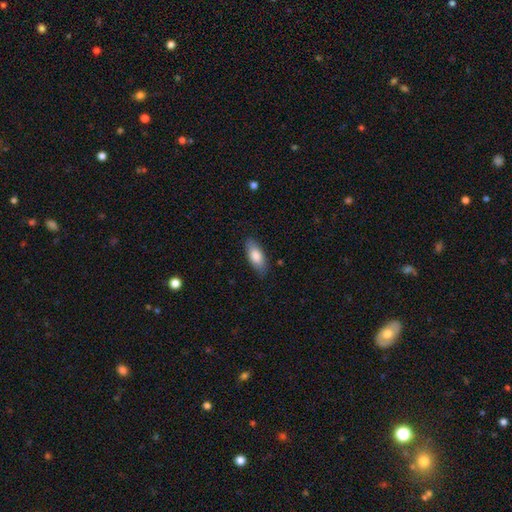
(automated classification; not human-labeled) The model was most divided on "smooth or featured": smooth: 82%, featured or disk: 12%, star or artifact: 6%. More confident: how rounded — in between (85%); merging — none (84%).